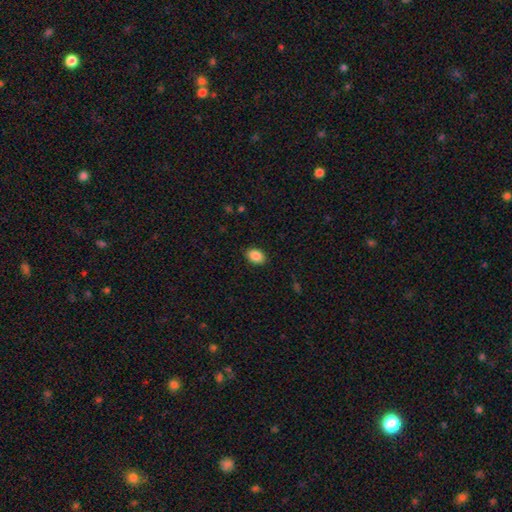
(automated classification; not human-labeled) Smooth or featured: smooth — 88% (star or artifact — 8%)
How rounded: in between — 82% (round — 17%)
Merging: none — 89% (minor disturbance — 8%)